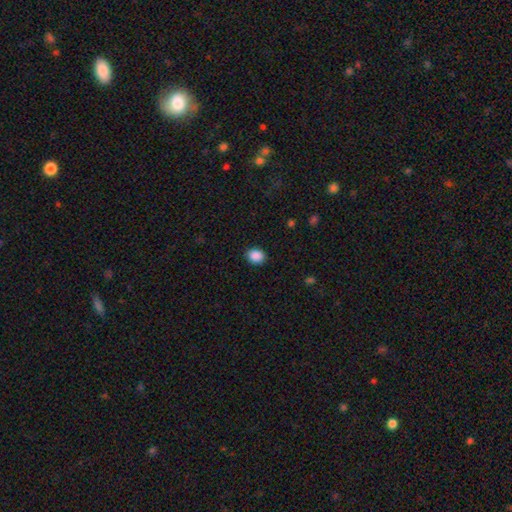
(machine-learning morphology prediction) Smooth or featured?
  - smooth: 89% *
  - star or artifact: 8%
  - featured or disk: 3%
How rounded?
  - round: 54% *
  - in between: 45%
  - cigar-shaped: 1%
Merging?
  - none: 89% *
  - minor disturbance: 8%
  - major disturbance: 2%
  - merger: 1%